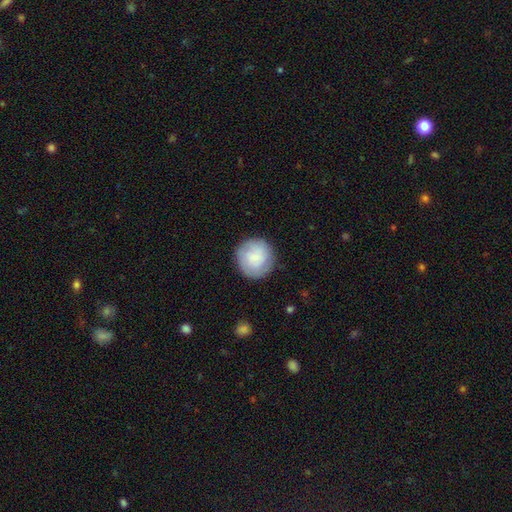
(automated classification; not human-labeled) Morphology: type=smooth (76%); roundness=round (94%); merging=none (83%).